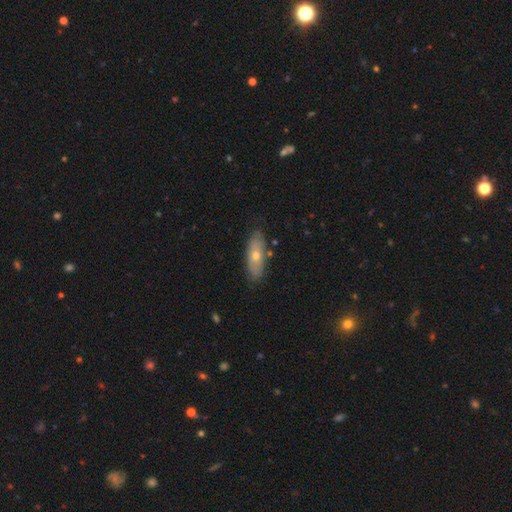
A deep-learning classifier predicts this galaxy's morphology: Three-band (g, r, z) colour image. It shows a smooth galaxy with no disk features (53%) that is in between round and cigar-shaped (66%). Merging: none (81%).